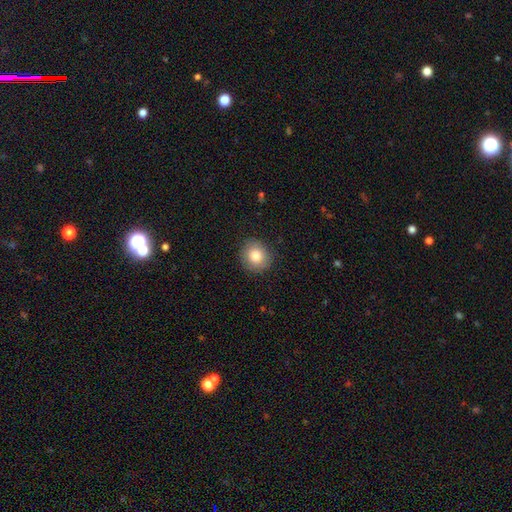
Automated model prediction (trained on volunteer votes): This appears to be a smooth galaxy with no disk features (83%) that is round (88%). Merging: none (88%).